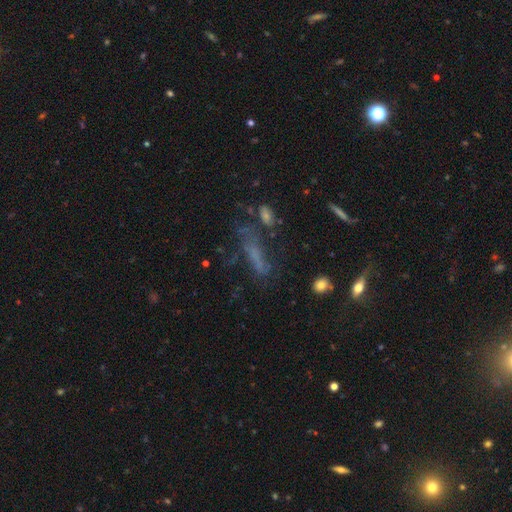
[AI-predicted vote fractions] smooth-or-featured: smooth: 38% | featured or disk: 35% | star or artifact: 27%
  merging: none: 43% | major disturbance: 25% | minor disturbance: 20% | merger: 12%